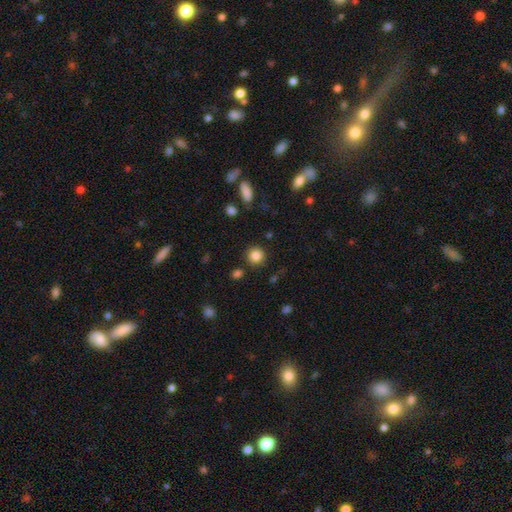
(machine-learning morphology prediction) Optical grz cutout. It shows a smooth galaxy with no disk features (86%) that is round (92%). Merging: none (88%).